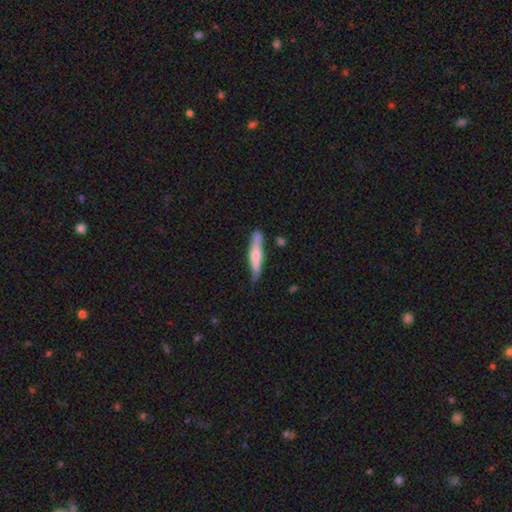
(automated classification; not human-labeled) Q: Smooth or featured?
A: smooth (54%); runner-up: featured or disk (41%)
Q: How rounded?
A: cigar-shaped (86%); runner-up: in between (12%)
Q: Merging?
A: none (68%); runner-up: minor disturbance (24%)